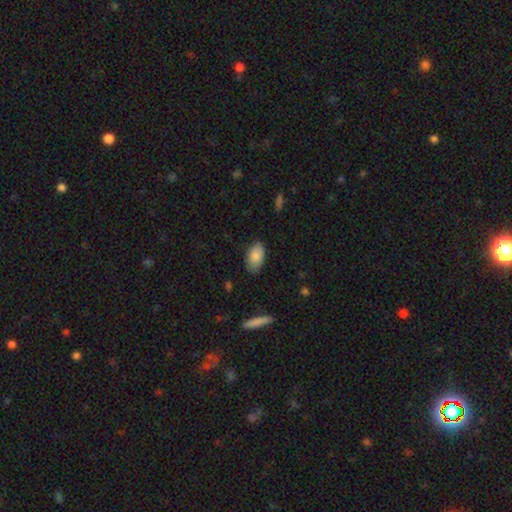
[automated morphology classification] A smooth galaxy with no disk features (86%) that is in between round and cigar-shaped (94%). Merging: none (80%).